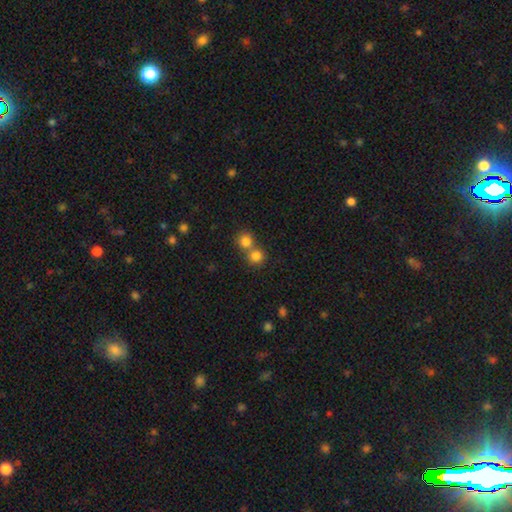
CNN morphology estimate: smooth 80%, star or artifact 13%, featured or disk 8%. Down the decision tree: how rounded — round (88%); merging — none (47%).